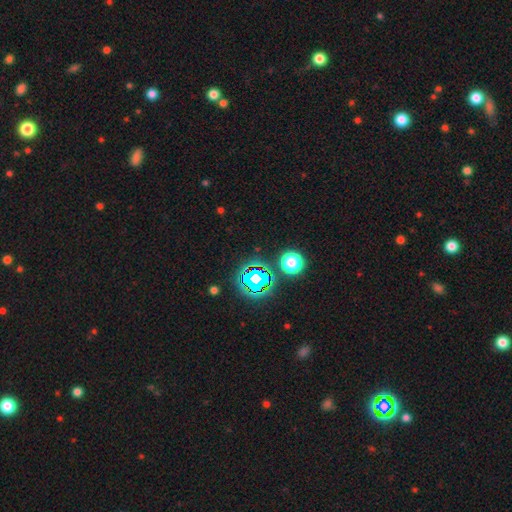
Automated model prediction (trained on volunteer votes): smooth_or_featured: star or artifact (p=0.77) [alt: smooth p=0.15]